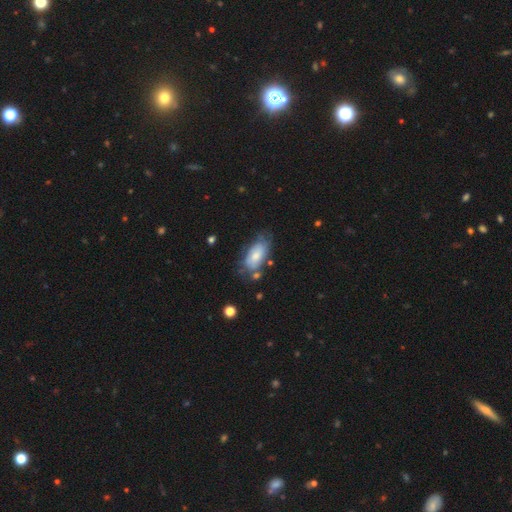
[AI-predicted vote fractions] This is likely a smooth galaxy (62%). How rounded: clearly in between (91%). Merging: possibly none (53%).